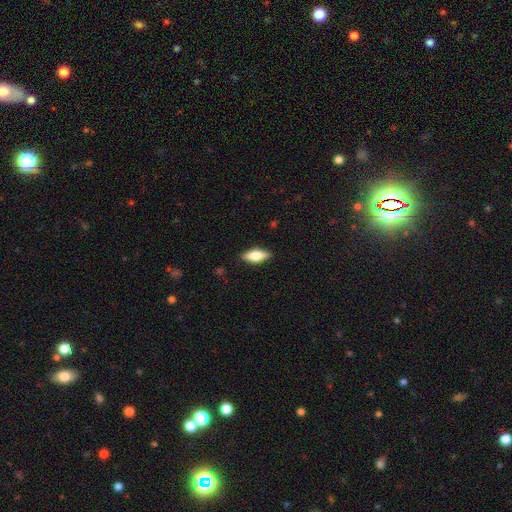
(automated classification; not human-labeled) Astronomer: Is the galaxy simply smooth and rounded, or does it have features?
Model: smooth — 55% (runner-up: featured or disk, 38%).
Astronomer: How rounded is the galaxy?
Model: in between — 69%.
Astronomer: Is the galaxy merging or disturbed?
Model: none — 86%.